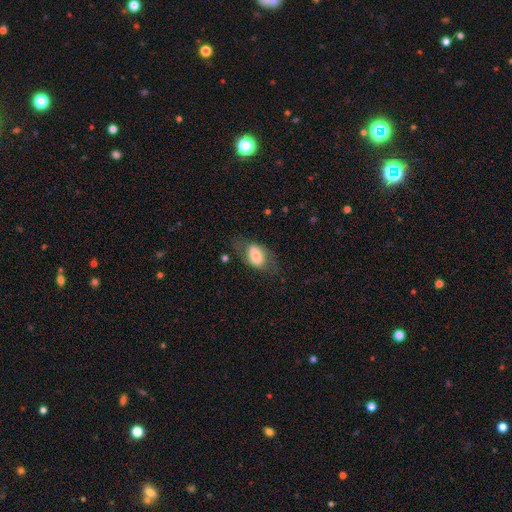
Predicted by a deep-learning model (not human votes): Q: Smooth or featured?
A: smooth (60%); runner-up: featured or disk (32%)
Q: How rounded?
A: in between (83%); runner-up: round (15%)
Q: Merging?
A: none (56%); runner-up: minor disturbance (24%)